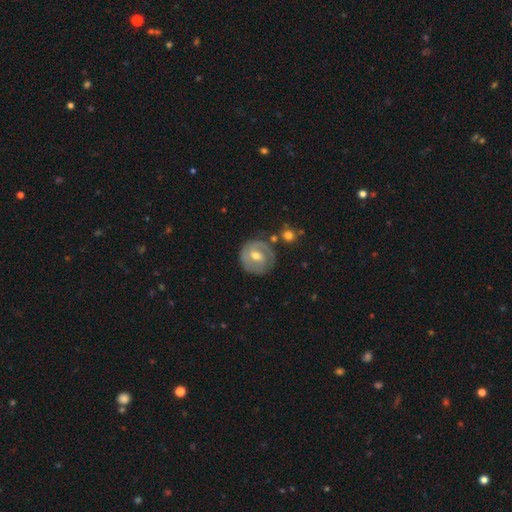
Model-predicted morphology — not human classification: Smooth or featured?
  - featured or disk: 69% *
  - smooth: 26%
  - star or artifact: 6%
Edge-on disk?
  - no: 97% *
  - yes: 3%
Bar?
  - weak: 51% *
  - no: 34%
  - strong: 15%
Spiral arms?
  - yes: 80% *
  - no: 20%
Spiral winding?
  - tight: 62% *
  - medium: 29%
  - loose: 9%
Spiral arm count?
  - 2: 58% *
  - can't tell: 20%
  - 1: 15%
  - 3: 5%
  - 4: 2%
  - more than 4: 2%
Bulge size?
  - moderate: 74% *
  - small: 20%
  - large: 4%
  - none: 1%
  - dominant: 1%
Merging?
  - none: 75% *
  - minor disturbance: 16%
  - major disturbance: 5%
  - merger: 4%